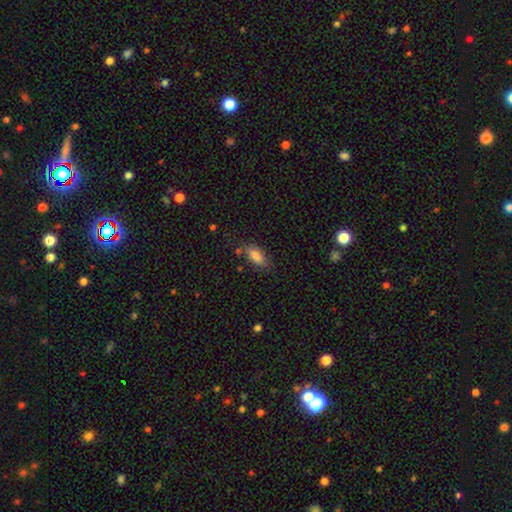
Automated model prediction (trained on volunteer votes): smooth-or-featured: smooth: 83% | featured or disk: 8% | star or artifact: 8%
  how-rounded: in between: 82% | cigar-shaped: 15% | round: 3%
  merging: none: 68% | minor disturbance: 21% | major disturbance: 6% | merger: 5%